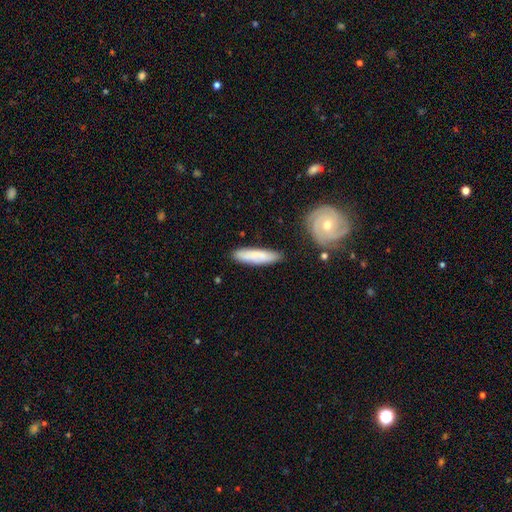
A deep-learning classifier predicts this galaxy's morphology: Overall: smooth (70%). How rounded: cigar-shaped (77%). Merging: none (82%).